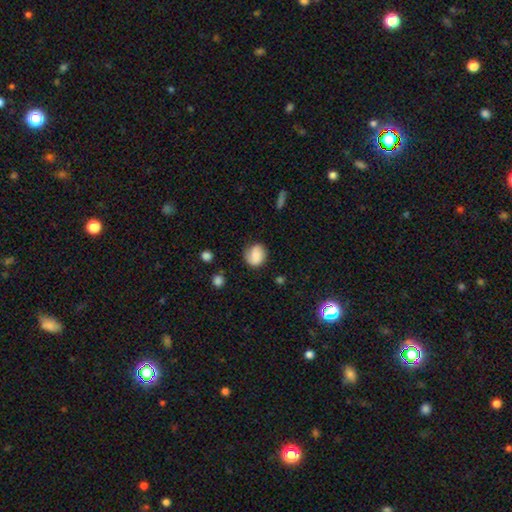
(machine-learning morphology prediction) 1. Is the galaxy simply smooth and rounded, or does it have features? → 70% smooth, 21% featured or disk, 9% star or artifact.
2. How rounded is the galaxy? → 69% round, 30% in between, 1% cigar-shaped.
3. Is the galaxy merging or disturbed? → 70% none, 20% minor disturbance, 7% major disturbance, 2% merger.